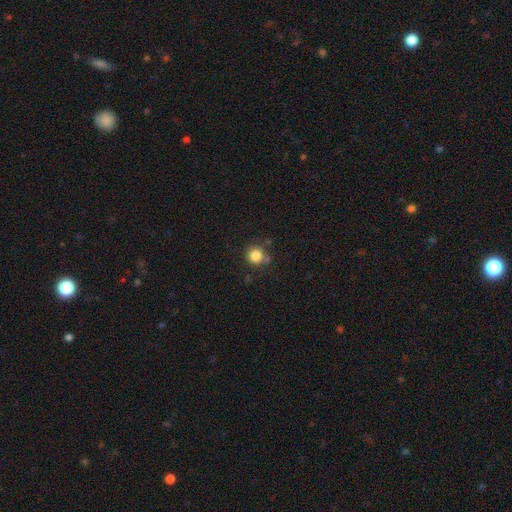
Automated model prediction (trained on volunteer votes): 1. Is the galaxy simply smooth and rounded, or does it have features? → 84% smooth, 11% star or artifact, 5% featured or disk.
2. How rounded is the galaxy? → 93% round, 6% in between, 1% cigar-shaped.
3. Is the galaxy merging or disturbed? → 76% none, 11% minor disturbance, 9% merger, 4% major disturbance.